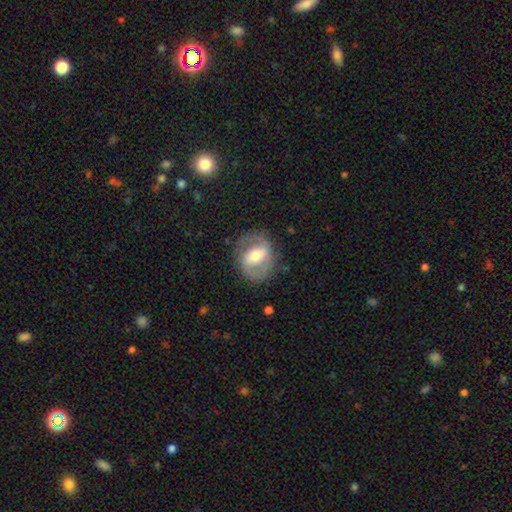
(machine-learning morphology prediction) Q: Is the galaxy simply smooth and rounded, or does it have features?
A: featured or disk — 66%.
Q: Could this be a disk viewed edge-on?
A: no — 96%.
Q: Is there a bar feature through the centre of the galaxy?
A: strong — 39%, tied with weak.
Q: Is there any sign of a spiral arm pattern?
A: yes — 64%.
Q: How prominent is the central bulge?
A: moderate — 66%.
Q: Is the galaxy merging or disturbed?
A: none — 79%.